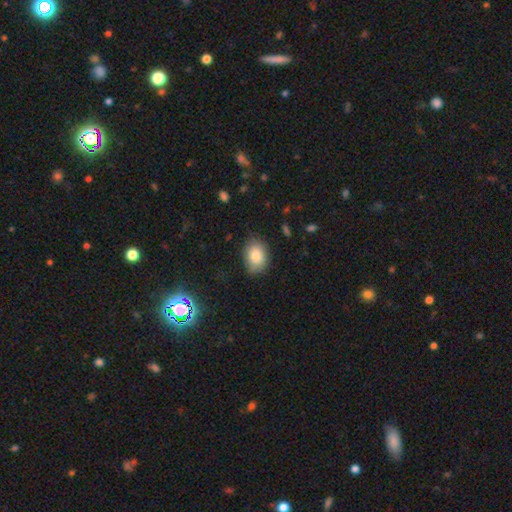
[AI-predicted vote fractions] smooth 83%, featured or disk 9%, star or artifact 8%. Down the decision tree: how rounded — in between (76%); merging — none (79%).